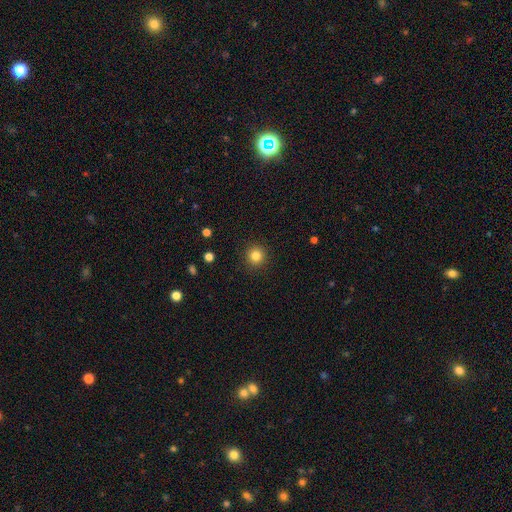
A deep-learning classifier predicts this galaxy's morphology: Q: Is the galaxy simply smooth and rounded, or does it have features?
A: smooth — 83%.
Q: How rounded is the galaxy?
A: round — 95%.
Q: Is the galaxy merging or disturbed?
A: none — 92%.